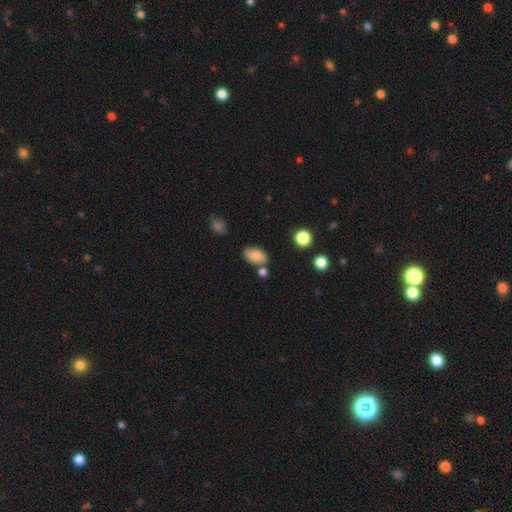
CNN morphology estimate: A smooth galaxy with no disk features (83%) that is in between round and cigar-shaped (91%).

Vote fractions:
- Smooth or featured? smooth: 83% / star or artifact: 9% / featured or disk: 7%
- How rounded? in between: 91% / round: 8% / cigar-shaped: 2%
- Merging? none: 68% / minor disturbance: 16% / merger: 12% / major disturbance: 4%